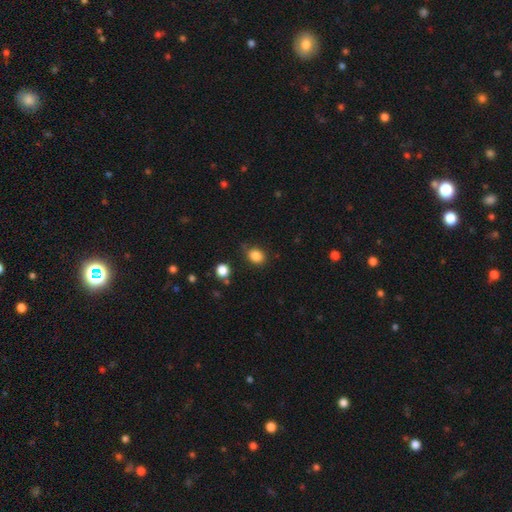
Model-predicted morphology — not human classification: This appears to be a smooth galaxy with no disk features (85%) that is round (55%). Merging: none (78%).